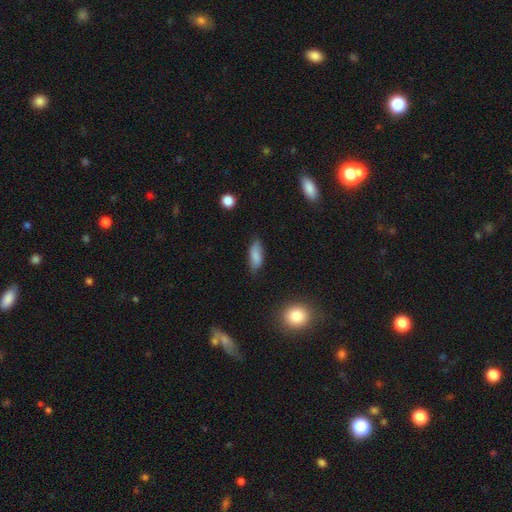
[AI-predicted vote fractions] Smooth or featured: smooth — 80% (featured or disk — 12%)
How rounded: in between — 76% (cigar-shaped — 21%)
Merging: none — 70% (minor disturbance — 23%)